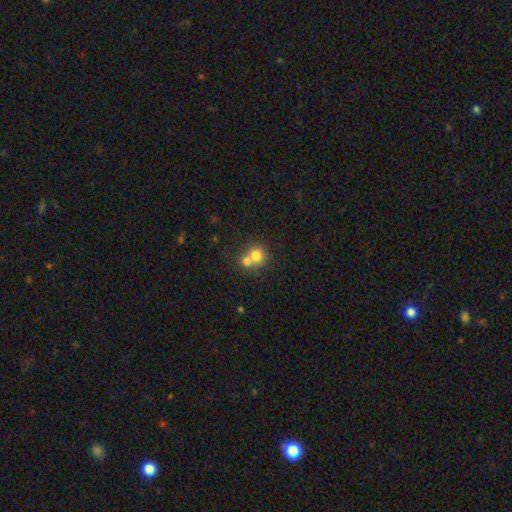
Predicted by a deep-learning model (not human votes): Q: Smooth or featured?
A: smooth (74%); runner-up: featured or disk (16%)
Q: How rounded?
A: round (82%); runner-up: in between (17%)
Q: Merging?
A: merger (58%); runner-up: none (33%)